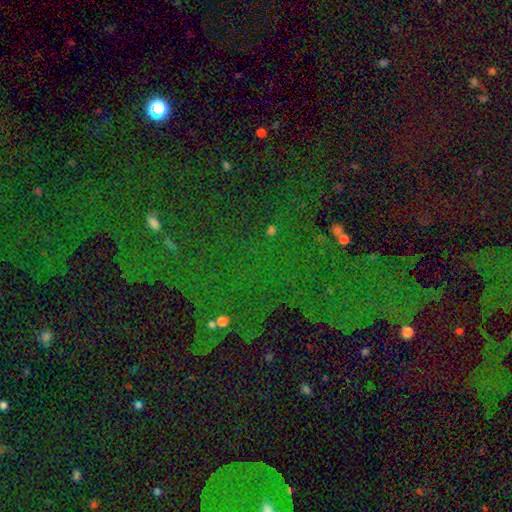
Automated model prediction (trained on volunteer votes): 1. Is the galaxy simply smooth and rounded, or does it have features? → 77% star or artifact, 13% smooth, 10% featured or disk.